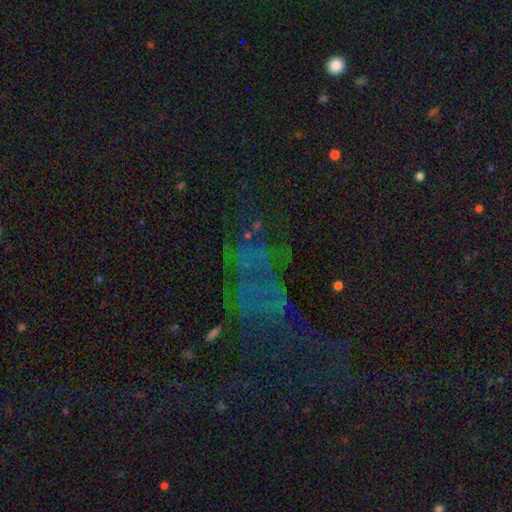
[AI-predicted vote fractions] A star or artifact, not a galaxy (54%).